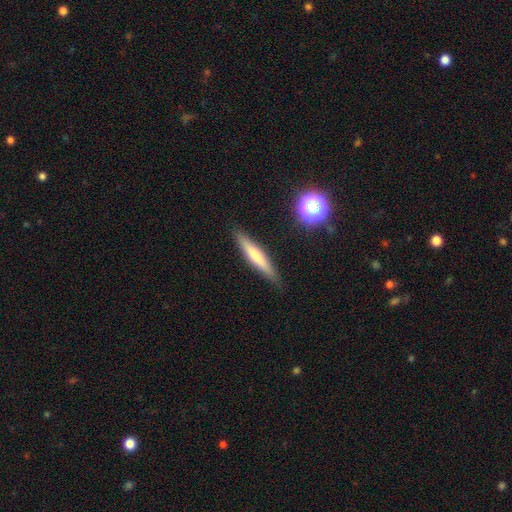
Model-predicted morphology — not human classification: Smooth or featured? smooth (56%)
How rounded? cigar-shaped (91%)
Merging? none (88%)